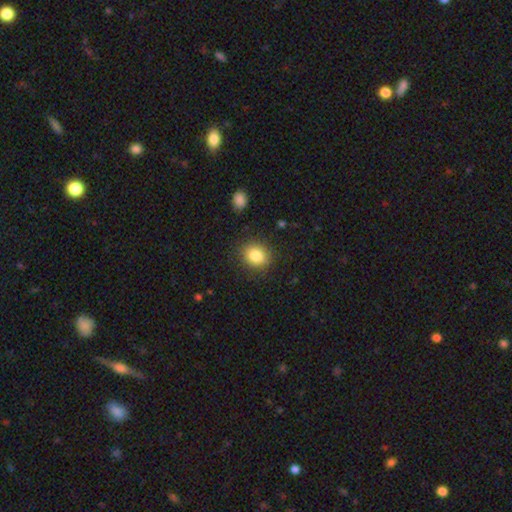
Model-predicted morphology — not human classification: smooth_or_featured: smooth (p=0.85) [alt: star or artifact p=0.09]
how_rounded: round (p=0.62) [alt: in between p=0.37]
merging: none (p=0.87) [alt: minor disturbance p=0.09]